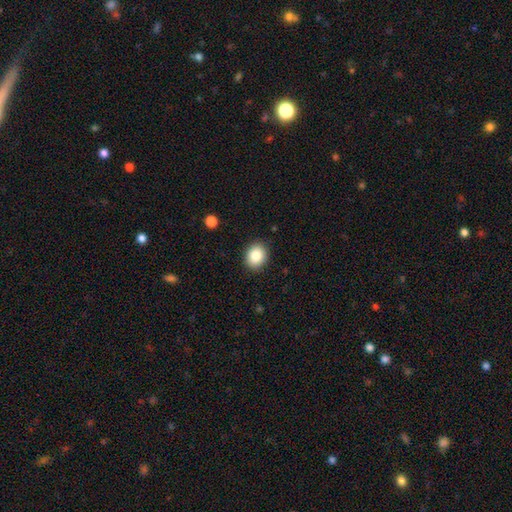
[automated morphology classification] This appears to be a smooth galaxy with no disk features (86%) that is round (57%). Merging: none (89%).